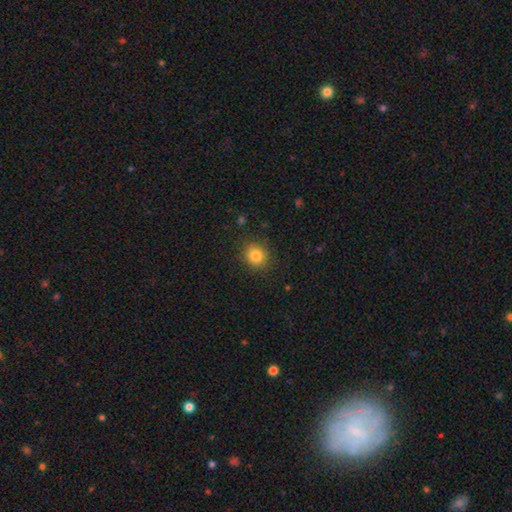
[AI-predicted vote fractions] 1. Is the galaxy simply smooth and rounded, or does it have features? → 83% smooth, 11% star or artifact, 6% featured or disk.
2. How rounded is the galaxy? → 82% round, 17% in between, 1% cigar-shaped.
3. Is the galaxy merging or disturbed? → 87% none, 9% minor disturbance, 3% major disturbance, 1% merger.